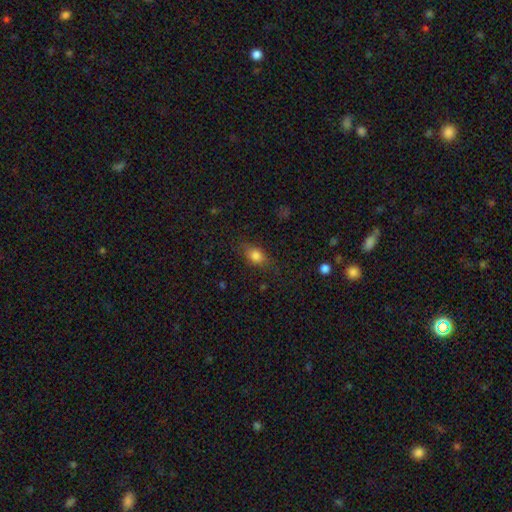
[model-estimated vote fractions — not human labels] A smooth galaxy with no disk features (80%) that is in between round and cigar-shaped (71%).

Vote fractions:
- Smooth or featured? smooth: 80% / featured or disk: 10% / star or artifact: 10%
- How rounded? in between: 71% / round: 23% / cigar-shaped: 6%
- Merging? none: 75% / minor disturbance: 18% / major disturbance: 6% / merger: 1%